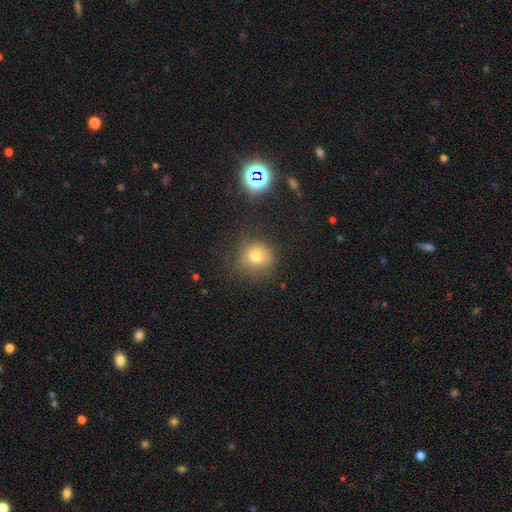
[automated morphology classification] smooth 72%, star or artifact 17%, featured or disk 11%. Down the decision tree: how rounded — round (84%); merging — none (74%).